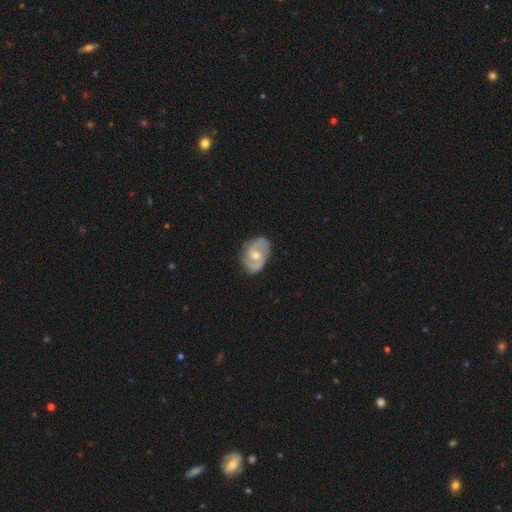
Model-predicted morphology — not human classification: smooth-or-featured: featured or disk: 74% | smooth: 21% | star or artifact: 5%
  disk-edge-on: no: 97% | yes: 3%
    bar: no: 52% | weak: 41% | strong: 7%
    has-spiral-arms: yes: 89% | no: 11%
      spiral-winding: medium: 49% | tight: 29% | loose: 22%
      spiral-arm-count: 2: 83% | can't tell: 9% | 1: 3% | 3: 2% | 4: 1% | more than 4: 1%
    bulge-size: moderate: 67% | small: 26% | large: 4% | none: 2% | dominant: 1%
  merging: none: 78% | minor disturbance: 17% | major disturbance: 4% | merger: 1%